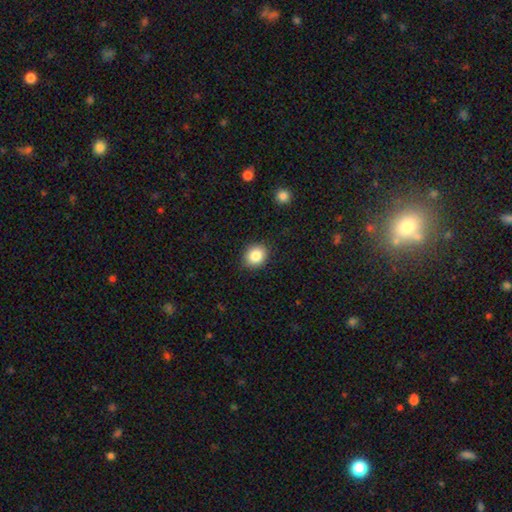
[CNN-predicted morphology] This is clearly a smooth galaxy (85%). How rounded: likely round (62%). Merging: clearly none (89%).